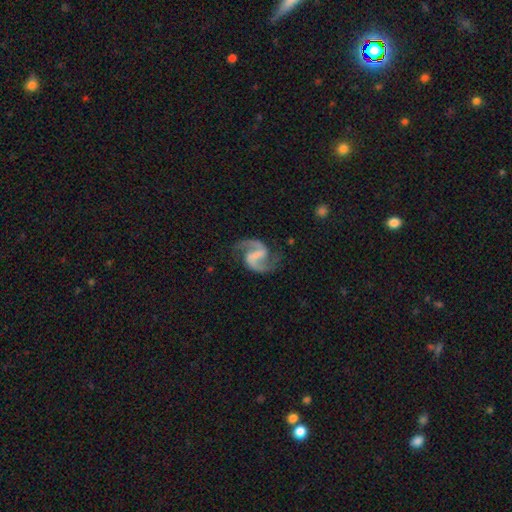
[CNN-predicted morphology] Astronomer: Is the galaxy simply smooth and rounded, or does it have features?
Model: featured or disk — 92%.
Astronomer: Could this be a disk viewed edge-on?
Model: no — 98%.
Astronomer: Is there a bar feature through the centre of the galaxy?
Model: strong — 43%, tied with weak at 43%.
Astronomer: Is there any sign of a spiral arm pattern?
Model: yes — 98%.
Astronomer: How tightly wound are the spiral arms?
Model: medium — 60%.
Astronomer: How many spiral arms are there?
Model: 2 — 95%.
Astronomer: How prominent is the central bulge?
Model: none — 46% (runner-up: small, 33%).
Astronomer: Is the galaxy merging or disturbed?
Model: none — 81%.